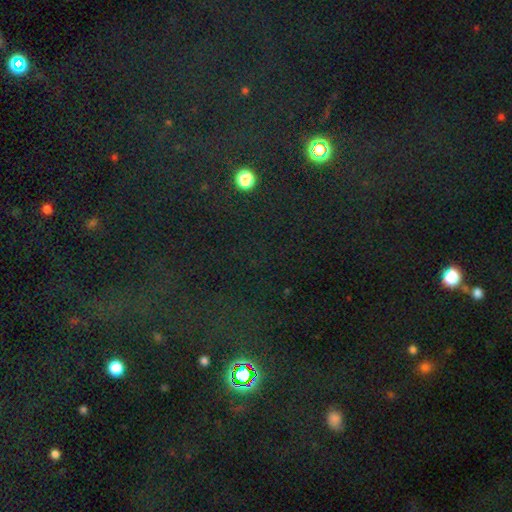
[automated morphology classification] A star or artifact, not a galaxy (74%).